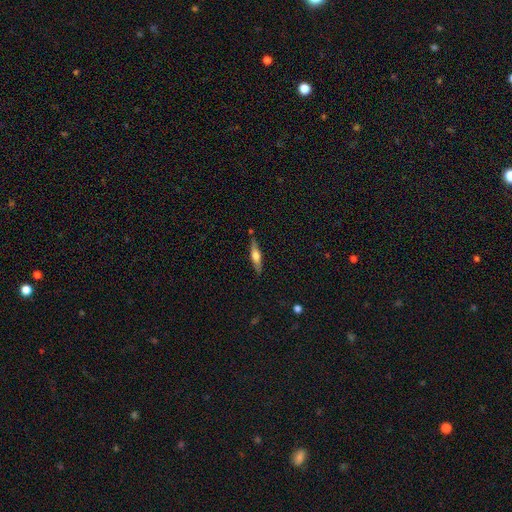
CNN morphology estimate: A featured or disk galaxy (59%) viewed edge-on (96%) with a rounded central bulge (87%).

Vote fractions:
- Smooth or featured? featured or disk: 59% / smooth: 35% / star or artifact: 6%
- Edge-on disk? yes: 96% / no: 4%
- Edge-on bulge? rounded: 87% / boxy: 10% / none: 3%
- Merging? none: 84% / minor disturbance: 11% / merger: 3% / major disturbance: 2%